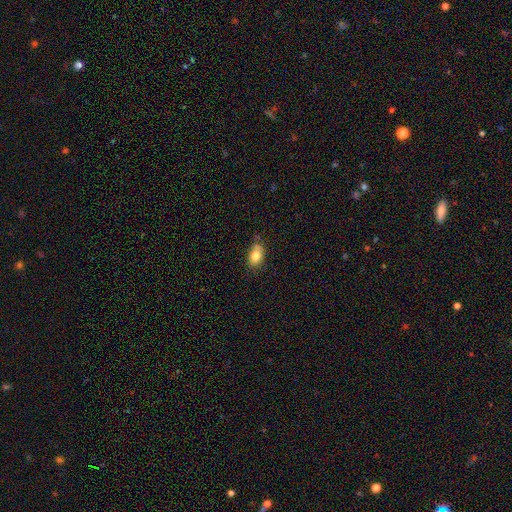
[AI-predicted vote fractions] The model was most divided on "merging": none: 65%, minor disturbance: 25%, merger: 5%, major disturbance: 5%. More confident: how rounded — in between (84%); smooth or featured — smooth (81%).